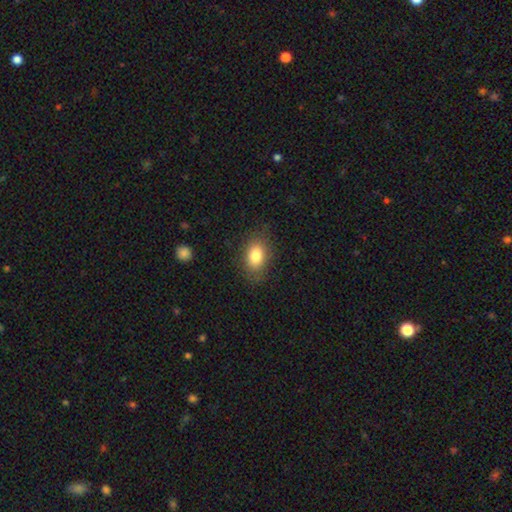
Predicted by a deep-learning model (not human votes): Overall: smooth (82%). How rounded: in between (84%). Merging: none (82%).